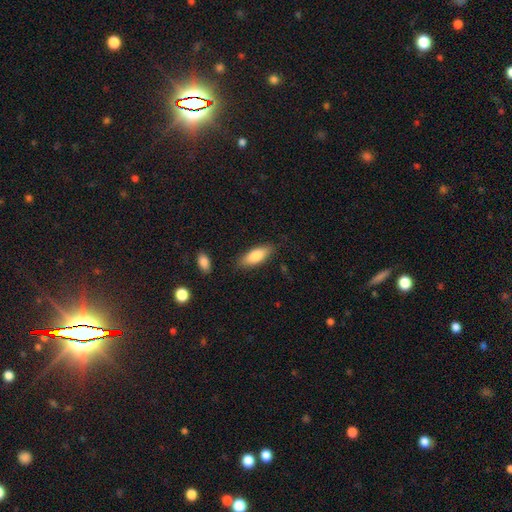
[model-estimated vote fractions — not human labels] Smooth or featured? Predicted: smooth (p=0.80). How rounded? Predicted: in between (p=0.70). Merging? Predicted: none (p=0.83).